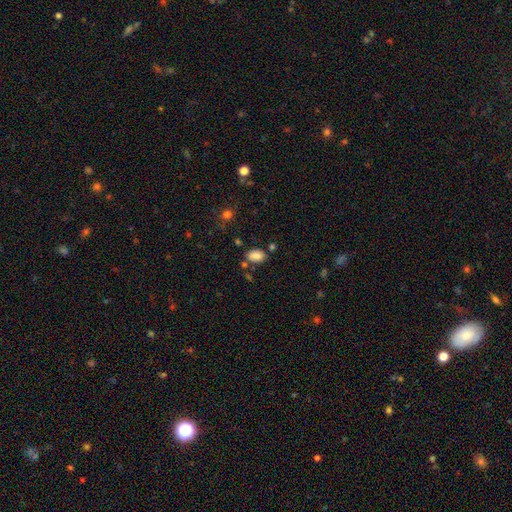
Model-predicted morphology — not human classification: Smooth or featured: smooth — 85% (star or artifact — 10%)
How rounded: in between — 87% (round — 11%)
Merging: none — 70% (minor disturbance — 15%)